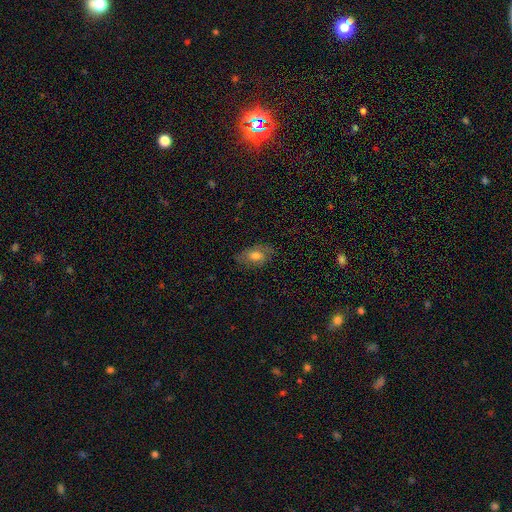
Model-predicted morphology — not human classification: This is likely a smooth galaxy (64%). How rounded: clearly in between (85%). Merging: likely none (72%).